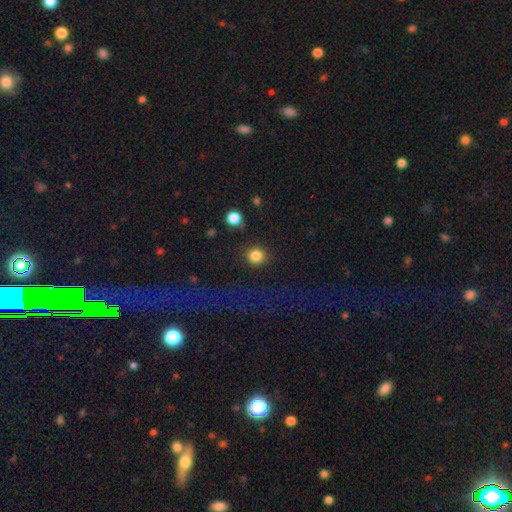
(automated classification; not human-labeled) The model was most divided on "smooth or featured": smooth: 84%, star or artifact: 11%, featured or disk: 4%. More confident: how rounded — round (91%); merging — none (85%).